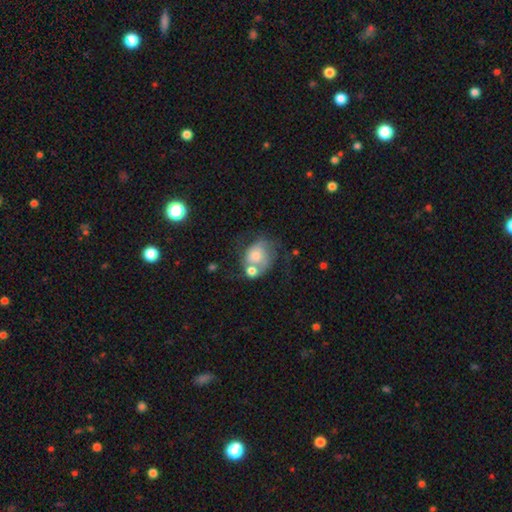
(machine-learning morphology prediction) This is possibly a smooth galaxy (50%). How rounded: possibly round (54%). Merging: marginally merger (35%).